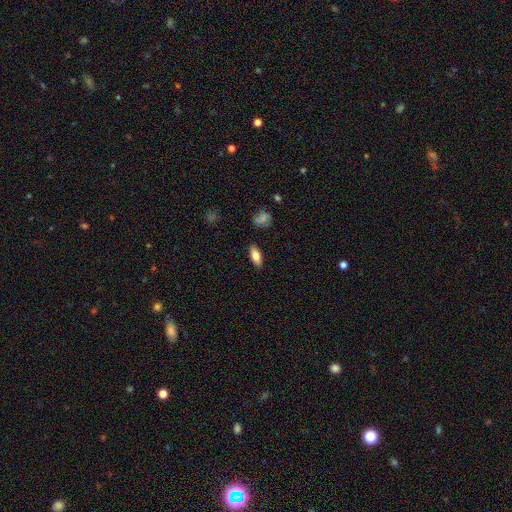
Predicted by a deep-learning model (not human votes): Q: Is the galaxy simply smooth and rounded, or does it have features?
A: smooth — 76%.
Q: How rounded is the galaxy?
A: in between — 78%.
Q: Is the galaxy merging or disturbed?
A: none — 87%.